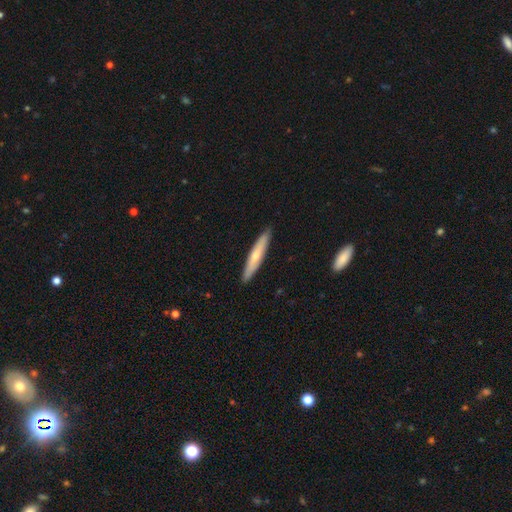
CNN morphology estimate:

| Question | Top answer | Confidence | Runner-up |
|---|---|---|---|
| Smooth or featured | smooth | 55% | featured or disk (40%) |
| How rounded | cigar-shaped | 92% | in between (7%) |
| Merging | none | 90% | minor disturbance (7%) |